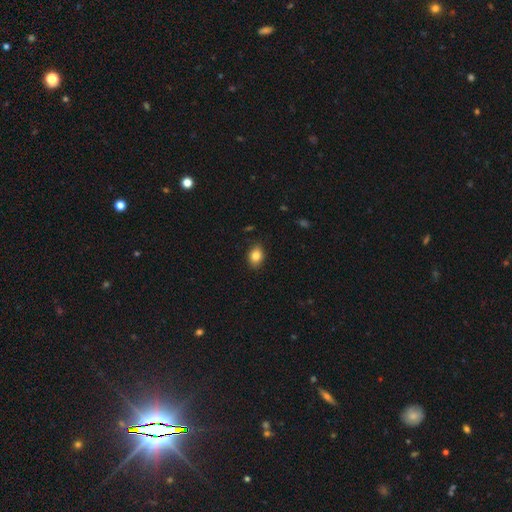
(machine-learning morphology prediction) smooth 84%, star or artifact 9%, featured or disk 7%. Down the decision tree: how rounded — in between (73%); merging — none (86%).